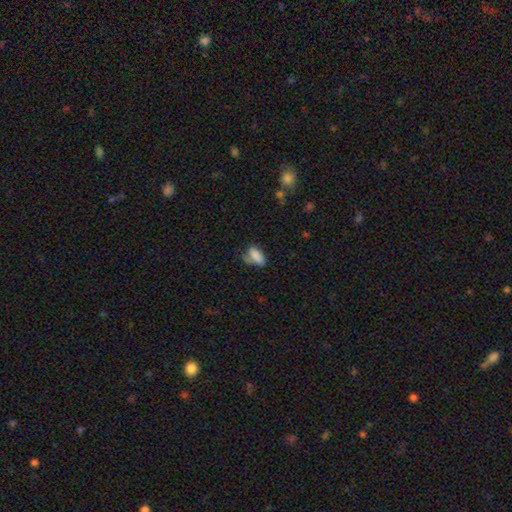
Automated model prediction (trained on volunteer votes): Smooth or featured?
  - smooth: 83% *
  - star or artifact: 9%
  - featured or disk: 8%
How rounded?
  - in between: 88% *
  - cigar-shaped: 7%
  - round: 5%
Merging?
  - none: 46% *
  - minor disturbance: 31%
  - major disturbance: 14%
  - merger: 9%